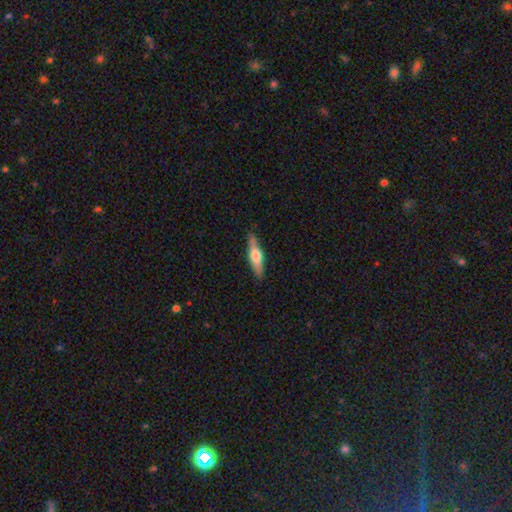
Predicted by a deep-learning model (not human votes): smooth-or-featured: smooth: 48% | featured or disk: 47% | star or artifact: 6%
  merging: none: 88% | minor disturbance: 9% | major disturbance: 2% | merger: 1%